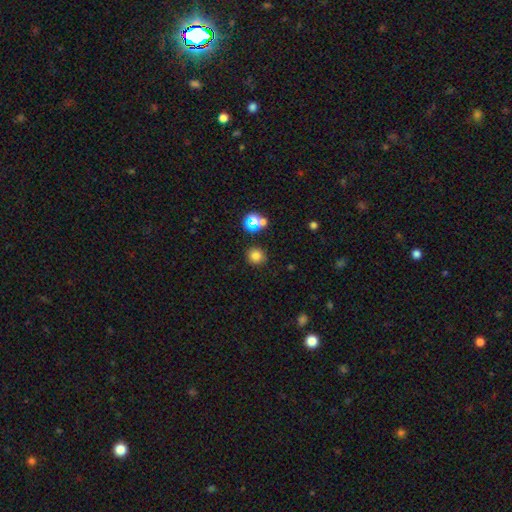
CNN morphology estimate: This is likely a smooth galaxy (78%). How rounded: clearly round (88%). Merging: clearly none (85%).